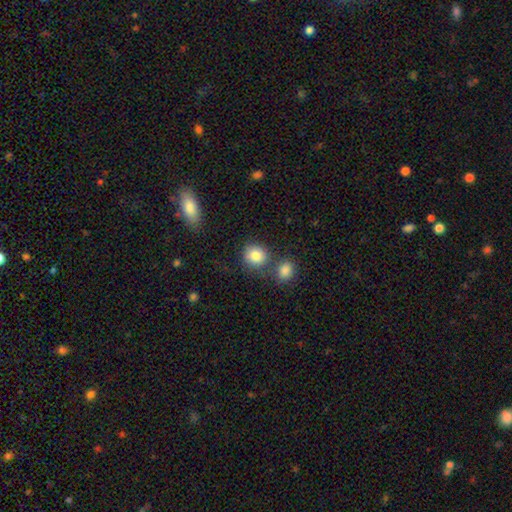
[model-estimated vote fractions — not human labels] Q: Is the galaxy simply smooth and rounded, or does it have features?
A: smooth — 84%.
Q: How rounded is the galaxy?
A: round — 83%.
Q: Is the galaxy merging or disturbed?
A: none — 65%.